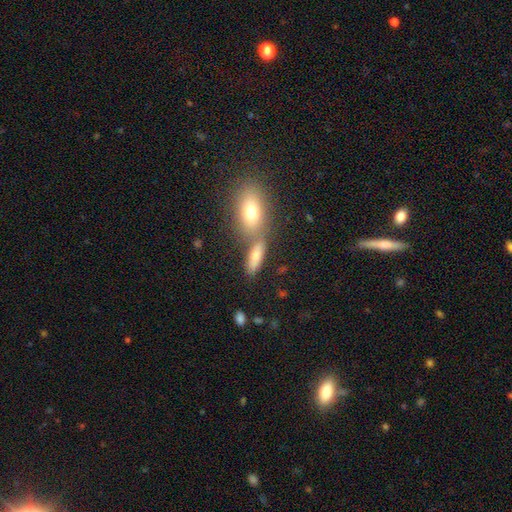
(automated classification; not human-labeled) Smooth or featured? Predicted: smooth (p=0.72). How rounded? Predicted: in between (p=0.63). Merging? Predicted: none (p=0.53).